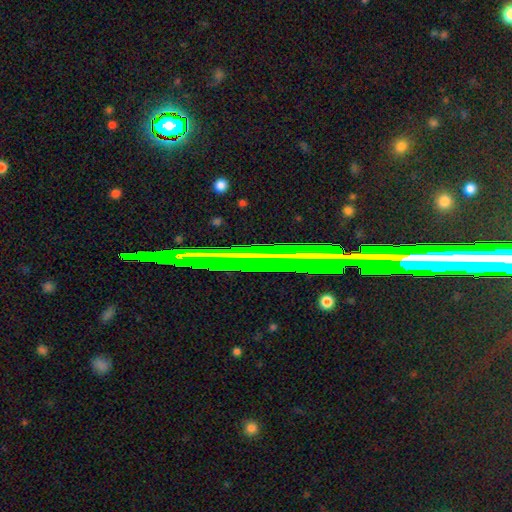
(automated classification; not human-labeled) Overall: star or artifact (70%).